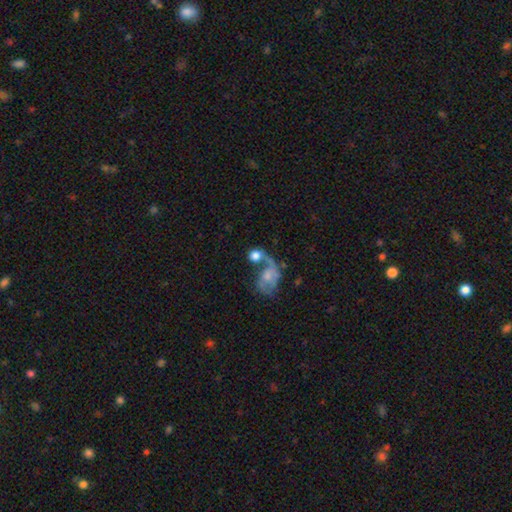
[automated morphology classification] Smooth or featured? Predicted: smooth (p=0.60). How rounded? Predicted: round (p=0.71). Merging? Predicted: merger (p=0.44).